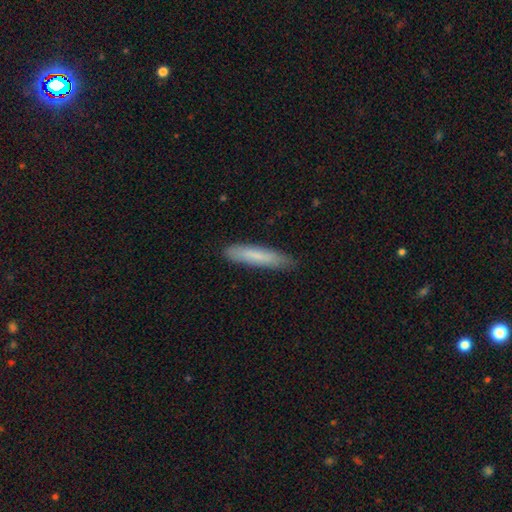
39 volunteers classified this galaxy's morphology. Smooth or featured?
  - smooth: 82% *
  - featured or disk: 15%
  - star or artifact: 3%
How rounded?
  - cigar-shaped: 94% *
  - round: 3%
  - in between: 3%
Merging?
  - none: 66% *
  - minor disturbance: 32%
  - merger: 3%
  - major disturbance: 0%